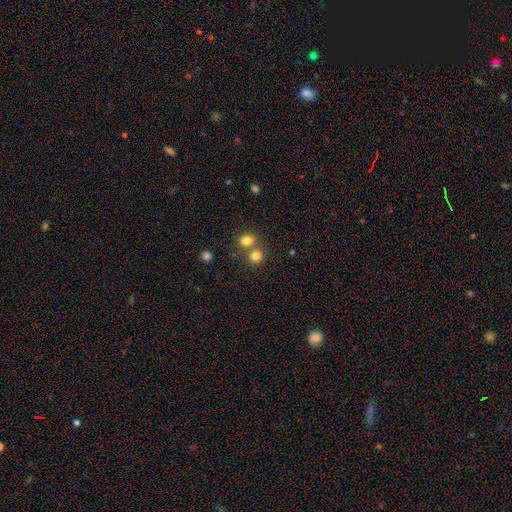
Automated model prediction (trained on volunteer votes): Q: Smooth or featured?
A: smooth (80%); runner-up: star or artifact (13%)
Q: How rounded?
A: round (77%); runner-up: in between (22%)
Q: Merging?
A: none (54%); runner-up: merger (37%)